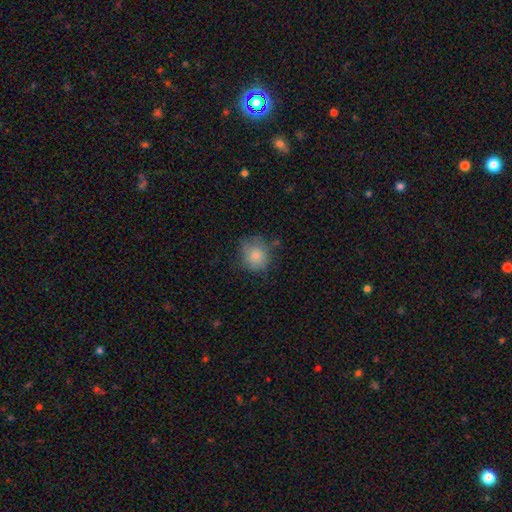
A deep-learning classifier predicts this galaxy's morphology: smooth_or_featured: smooth (p=0.80) [alt: featured or disk p=0.11]
how_rounded: round (p=0.81) [alt: in between p=0.18]
merging: none (p=0.63) [alt: minor disturbance p=0.26]